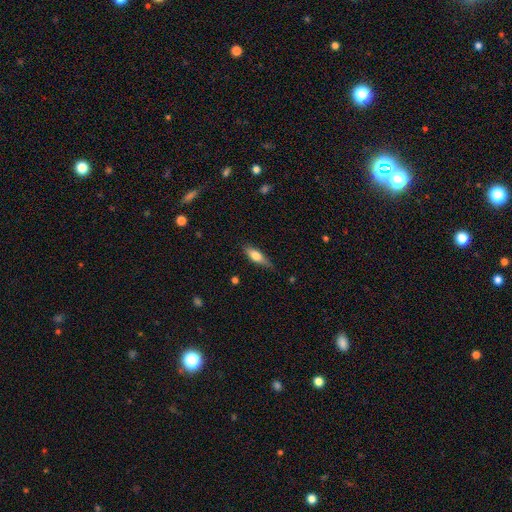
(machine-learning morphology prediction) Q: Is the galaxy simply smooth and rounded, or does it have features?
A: smooth — 63%.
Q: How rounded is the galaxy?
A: in between — 49%.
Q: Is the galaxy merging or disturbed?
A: none — 74%.